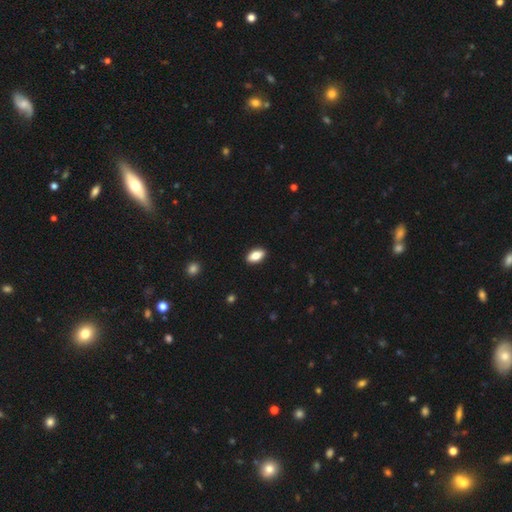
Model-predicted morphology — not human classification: Overall: smooth (80%). How rounded: in between (90%). Merging: none (90%).